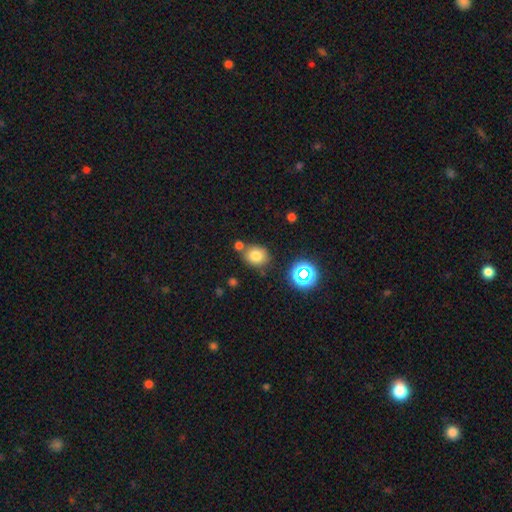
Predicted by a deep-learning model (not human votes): The model was most divided on "how rounded": round: 63%, in between: 36%, cigar-shaped: 1%. More confident: smooth or featured — smooth (76%); merging — none (71%).